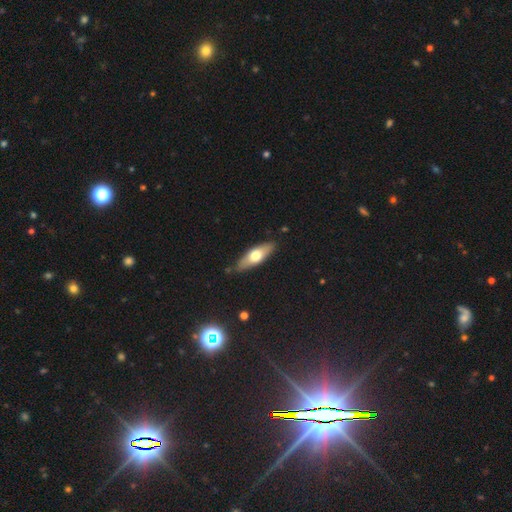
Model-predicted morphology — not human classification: This is possibly a smooth galaxy (56%). How rounded: possibly in between (55%). Merging: clearly none (84%).